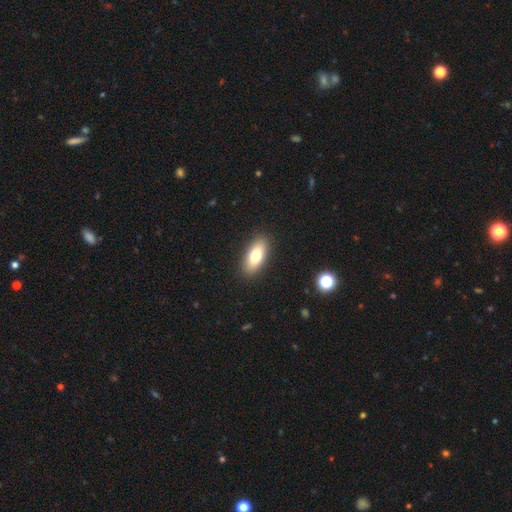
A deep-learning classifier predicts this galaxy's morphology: smooth-or-featured: smooth: 74% | featured or disk: 18% | star or artifact: 7%
  how-rounded: in between: 83% | cigar-shaped: 14% | round: 3%
  merging: none: 89% | minor disturbance: 8% | major disturbance: 2% | merger: 1%